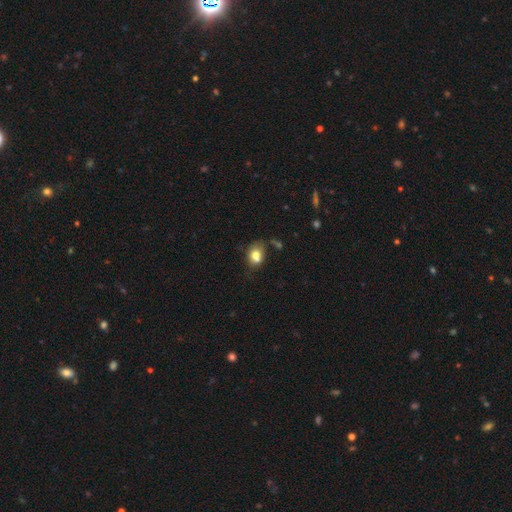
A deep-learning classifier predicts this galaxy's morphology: Smooth or featured? smooth (77%)
How rounded? in between (65%)
Merging? none (45%)